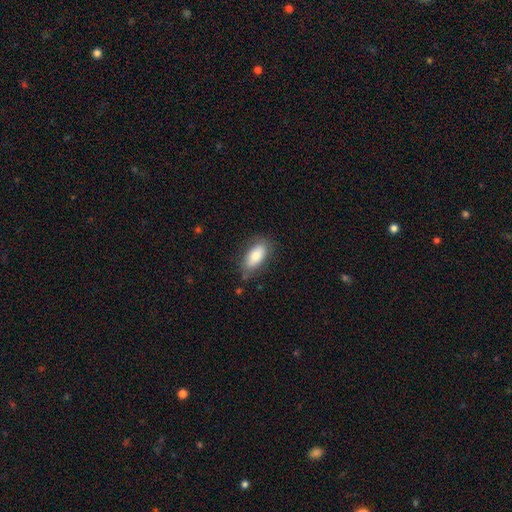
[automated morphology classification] Smooth or featured? smooth (79%)
How rounded? in between (86%)
Merging? none (74%)